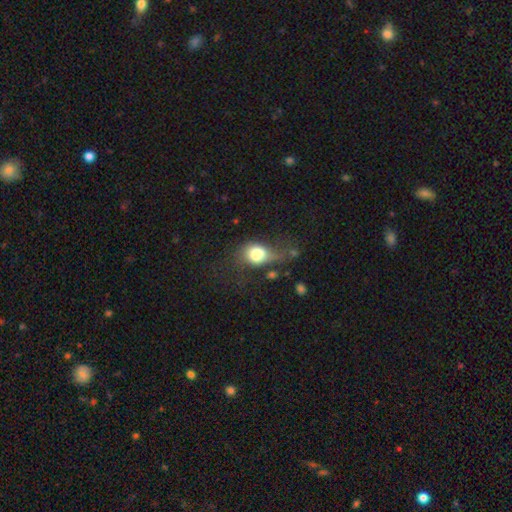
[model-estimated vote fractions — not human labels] Smooth or featured: smooth — 73% (featured or disk — 18%)
How rounded: in between — 52% (round — 46%)
Merging: major disturbance — 37% (minor disturbance — 27%)